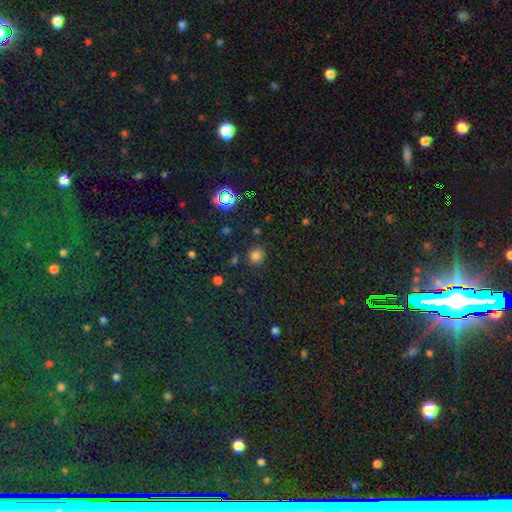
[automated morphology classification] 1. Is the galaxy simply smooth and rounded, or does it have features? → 75% smooth, 20% star or artifact, 5% featured or disk.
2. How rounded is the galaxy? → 89% round, 10% in between, 1% cigar-shaped.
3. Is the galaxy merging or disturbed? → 83% none, 10% minor disturbance, 4% major disturbance, 3% merger.